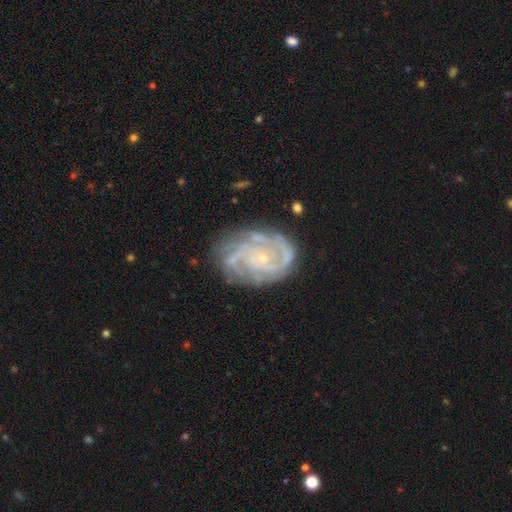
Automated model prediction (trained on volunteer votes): This is clearly a featured or disk galaxy (84%). It is clearly not viewed edge-on (97%). Bar: likely no (73%). Spiral arm pattern: clearly yes (95%). Spiral arm count: marginally 3 (25%). Spiral winding: likely tight (60%). Central bulge: clearly small (82%). Merging: likely none (74%).